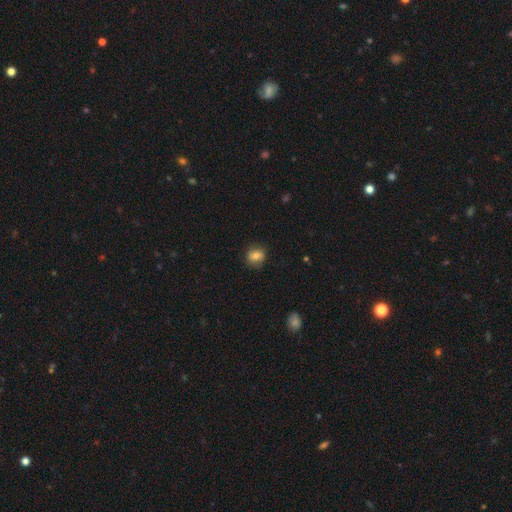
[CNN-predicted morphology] Q: Smooth or featured?
A: smooth (75%); runner-up: featured or disk (14%)
Q: How rounded?
A: round (76%); runner-up: in between (23%)
Q: Merging?
A: none (81%); runner-up: minor disturbance (14%)